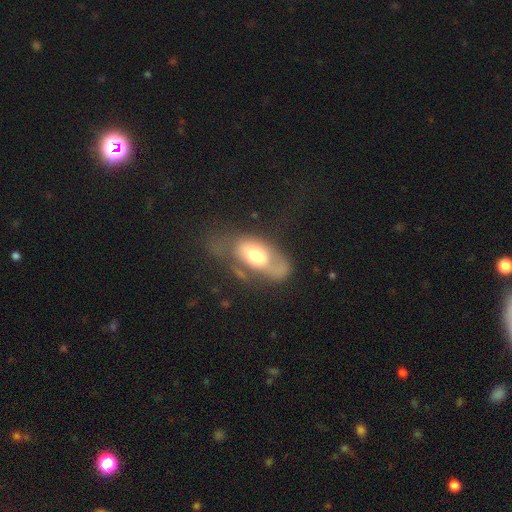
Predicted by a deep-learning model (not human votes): Morphology: type=smooth (54%); roundness=in between (90%); merging=major disturbance (40%).